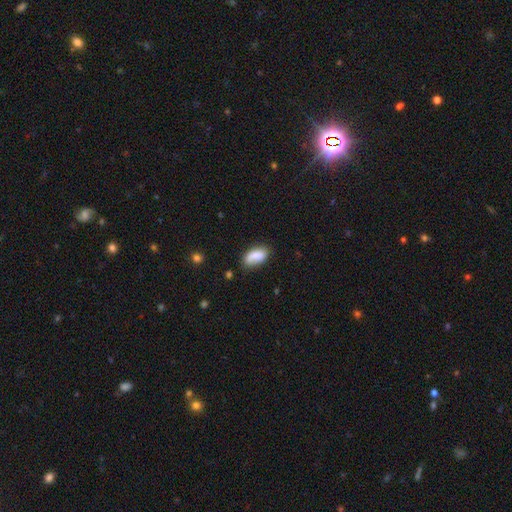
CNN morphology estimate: This appears to be a smooth galaxy with no disk features (78%) that is in between round and cigar-shaped (92%). Merging: none (60%).